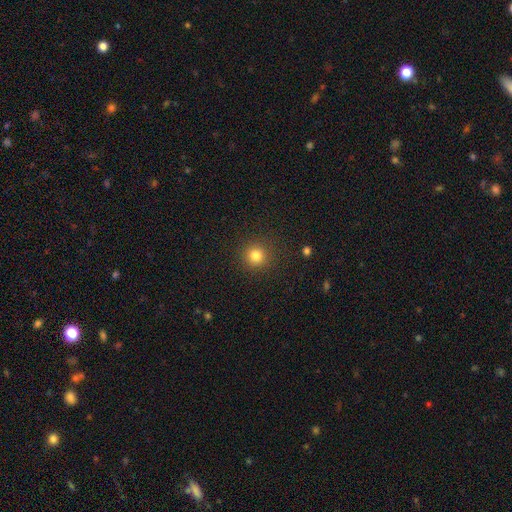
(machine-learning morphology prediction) Q: Smooth or featured?
A: smooth (81%); runner-up: star or artifact (13%)
Q: How rounded?
A: round (94%); runner-up: in between (5%)
Q: Merging?
A: none (90%); runner-up: minor disturbance (6%)